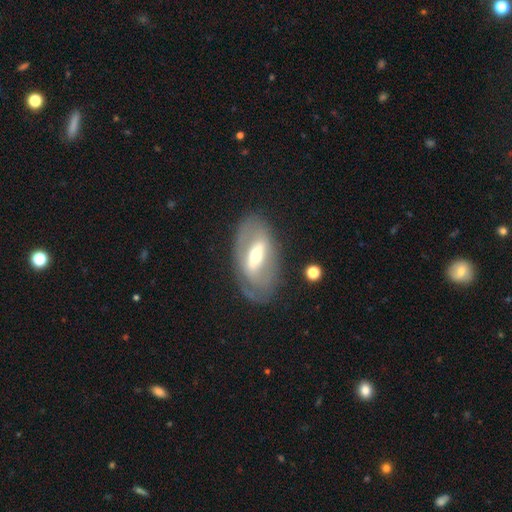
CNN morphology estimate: type=featured or disk (67%); edge-on=no (87%); bar=strong (55%); spiral arms=no (59%); bulge=moderate (61%); merging=none (73%).